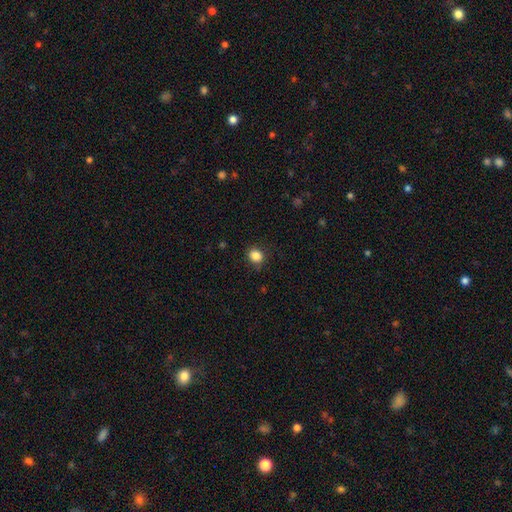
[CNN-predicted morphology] Q: Smooth or featured?
A: smooth (86%); runner-up: star or artifact (11%)
Q: How rounded?
A: round (71%); runner-up: in between (28%)
Q: Merging?
A: none (85%); runner-up: minor disturbance (11%)